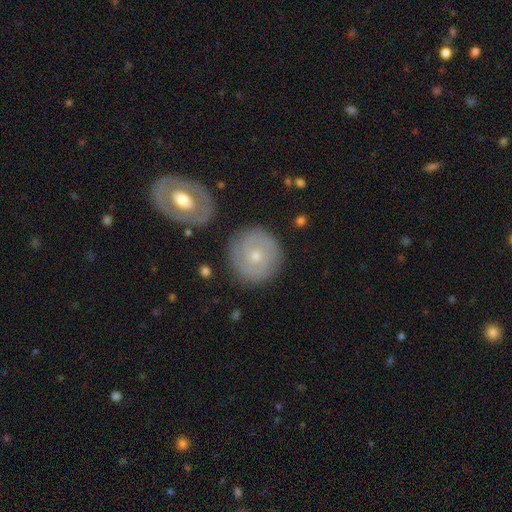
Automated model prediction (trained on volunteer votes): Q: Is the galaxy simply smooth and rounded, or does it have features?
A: featured or disk — 55%.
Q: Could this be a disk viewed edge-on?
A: no — 96%.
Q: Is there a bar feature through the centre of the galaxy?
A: no — 82%.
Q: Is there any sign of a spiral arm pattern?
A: yes — 71%.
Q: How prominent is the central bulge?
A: small — 55%.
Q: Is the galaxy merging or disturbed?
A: none — 85%.